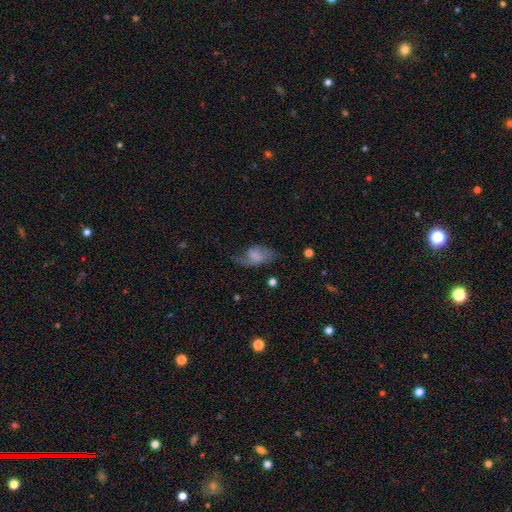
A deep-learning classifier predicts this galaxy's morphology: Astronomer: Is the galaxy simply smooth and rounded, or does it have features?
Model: smooth — 50% (runner-up: featured or disk, 41%).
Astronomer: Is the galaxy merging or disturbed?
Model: none — 40% (runner-up: major disturbance, 29%).